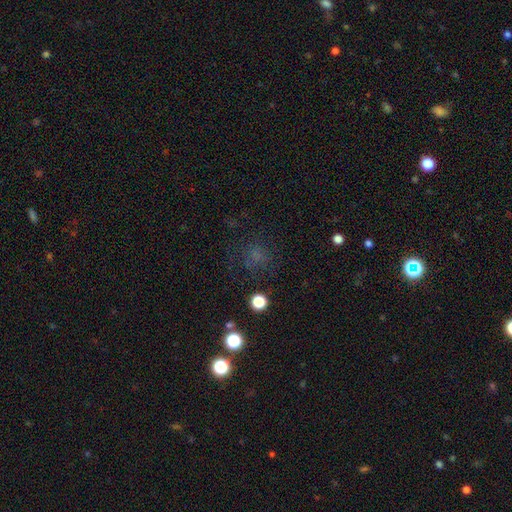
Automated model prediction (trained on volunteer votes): The model was most divided on "smooth or featured": smooth: 54%, star or artifact: 33%, featured or disk: 12%. More confident: how rounded — round (84%); merging — none (72%).